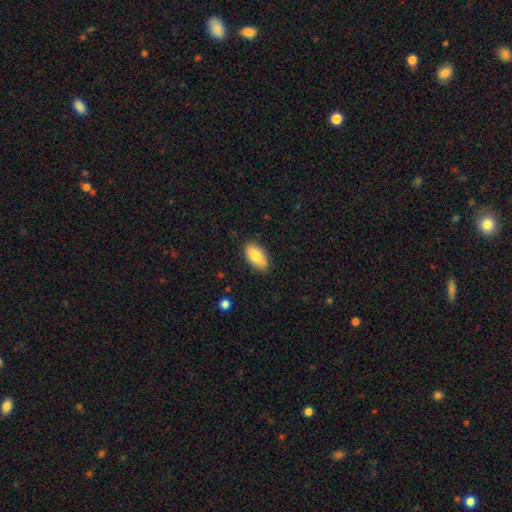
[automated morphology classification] Overall: smooth (83%). How rounded: in between (94%). Merging: none (80%).